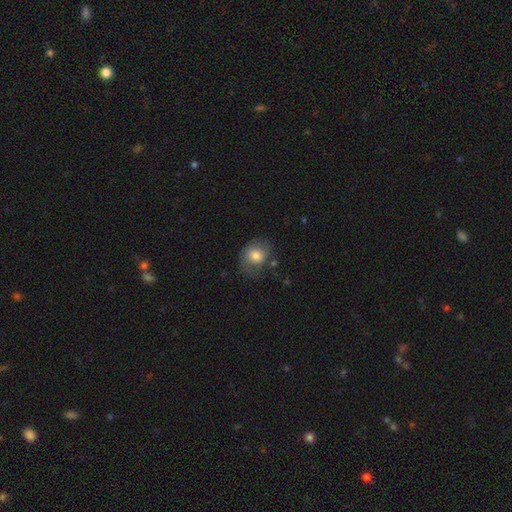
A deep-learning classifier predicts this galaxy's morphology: This is likely a smooth galaxy (74%). How rounded: possibly round (53%). Merging: possibly none (55%).